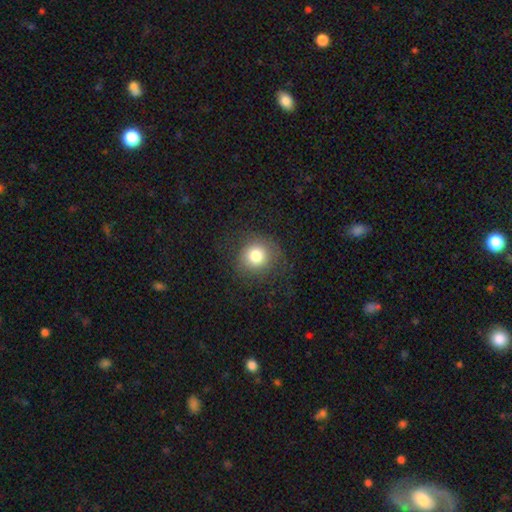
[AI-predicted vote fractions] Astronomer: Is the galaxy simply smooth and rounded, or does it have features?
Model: smooth — 79%.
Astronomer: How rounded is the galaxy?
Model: round — 90%.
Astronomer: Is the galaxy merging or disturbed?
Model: none — 82%.